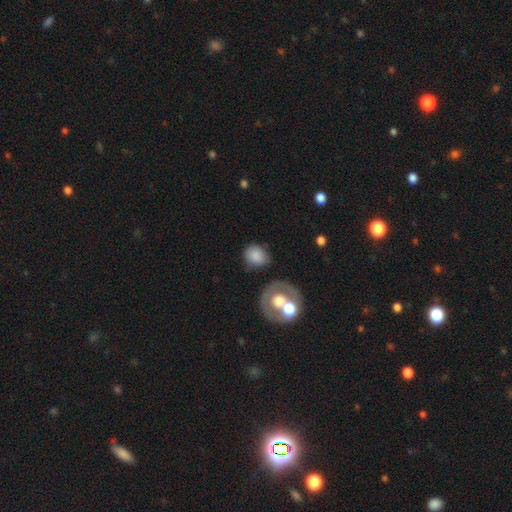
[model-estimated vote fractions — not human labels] smooth-or-featured: smooth: 79% | featured or disk: 12% | star or artifact: 8%
  how-rounded: round: 71% | in between: 28% | cigar-shaped: 1%
  merging: none: 71% | minor disturbance: 17% | major disturbance: 6% | merger: 6%